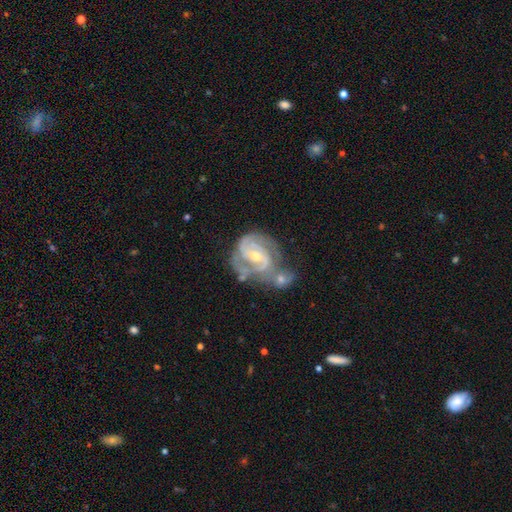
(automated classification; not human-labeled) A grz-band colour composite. It shows a featured or disk galaxy (89%) with a weak bar (44%), 2 (63%) tight (52%) spiral arms (97%) and a small central bulge (50%). Merging: merger (38%).